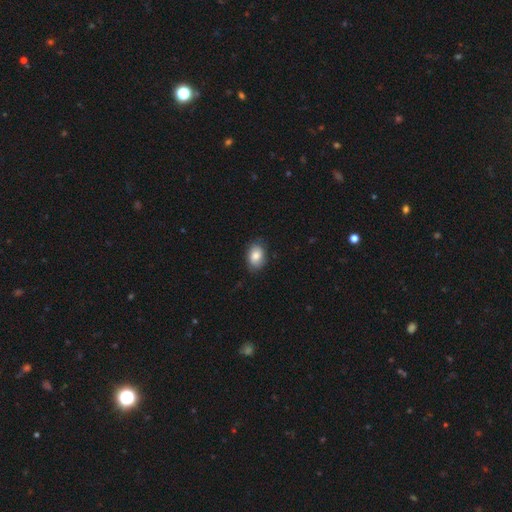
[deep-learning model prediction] Morphology: type=smooth (80%); roundness=in between (79%); merging=none (81%).